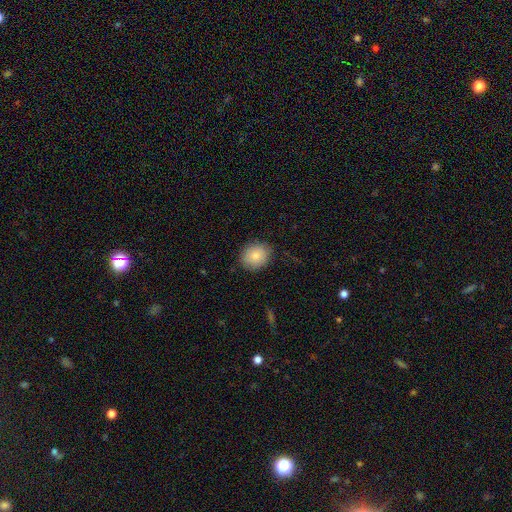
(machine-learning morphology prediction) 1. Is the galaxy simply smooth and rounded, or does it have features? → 83% smooth, 9% featured or disk, 8% star or artifact.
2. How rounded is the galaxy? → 67% round, 32% in between, 1% cigar-shaped.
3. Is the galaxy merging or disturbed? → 84% none, 12% minor disturbance, 3% major disturbance, 1% merger.